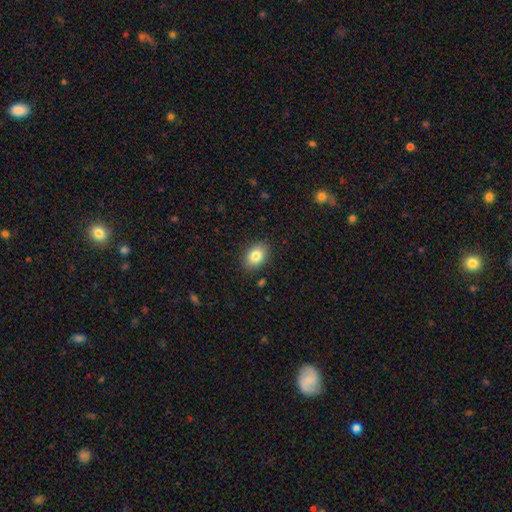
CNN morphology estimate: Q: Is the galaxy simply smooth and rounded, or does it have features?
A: smooth — 83%.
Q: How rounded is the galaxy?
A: in between — 80%.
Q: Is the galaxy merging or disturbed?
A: none — 88%.